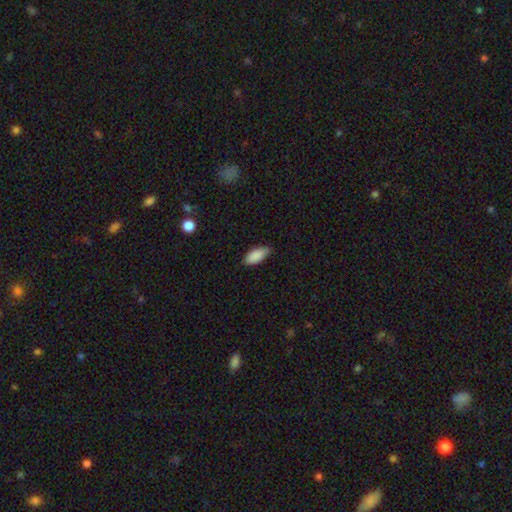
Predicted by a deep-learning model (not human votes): This is clearly a smooth galaxy (89%). How rounded: clearly in between (88%). Merging: likely none (75%).